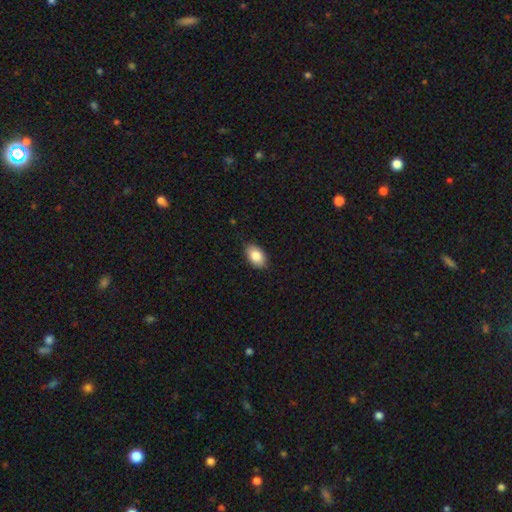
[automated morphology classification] Smooth or featured?
  - smooth: 85% *
  - featured or disk: 8%
  - star or artifact: 7%
How rounded?
  - in between: 91% *
  - round: 7%
  - cigar-shaped: 1%
Merging?
  - none: 87% *
  - minor disturbance: 10%
  - major disturbance: 2%
  - merger: 1%